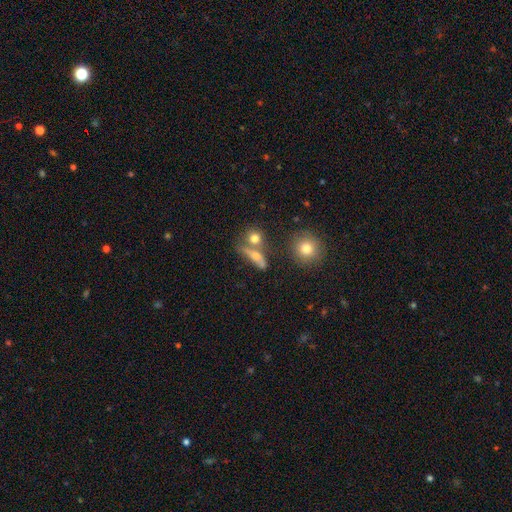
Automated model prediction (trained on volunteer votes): smooth 47%, featured or disk 37%, star or artifact 16%. Down the decision tree: merging — none (55%).